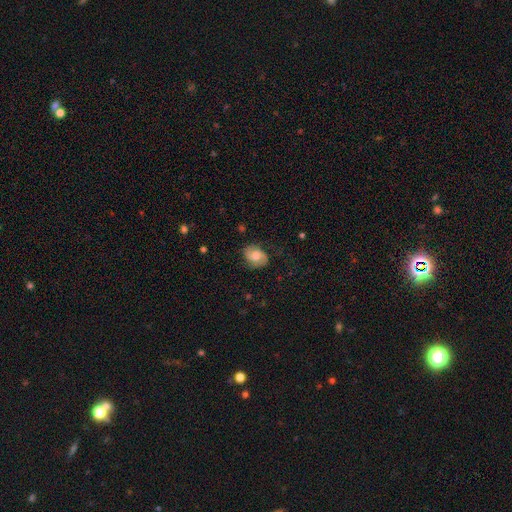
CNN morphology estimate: Q: Smooth or featured?
A: featured or disk (53%); runner-up: smooth (39%)
Q: Edge-on disk?
A: no (97%); runner-up: yes (3%)
Q: Bar?
A: no (60%); runner-up: weak (34%)
Q: Spiral arms?
A: yes (87%); runner-up: no (13%)
Q: Bulge size?
A: moderate (63%); runner-up: large (16%)
Q: Merging?
A: none (74%); runner-up: minor disturbance (18%)